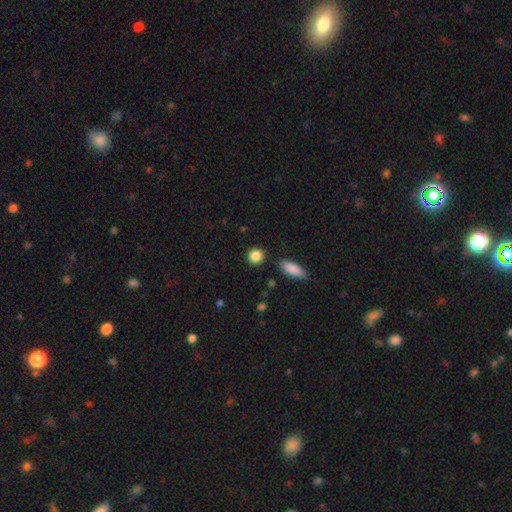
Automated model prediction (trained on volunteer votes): Morphology: type=smooth (87%); roundness=round (80%); merging=none (86%).